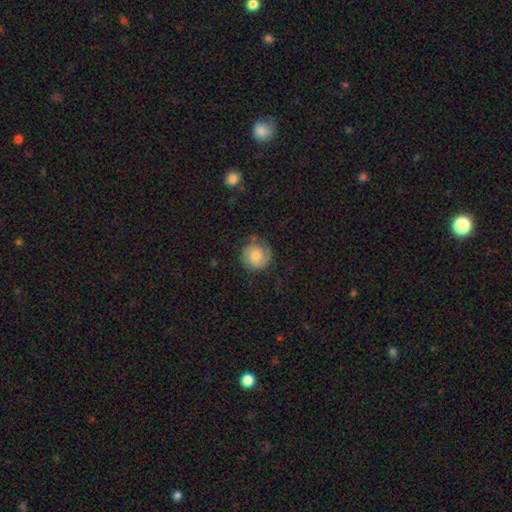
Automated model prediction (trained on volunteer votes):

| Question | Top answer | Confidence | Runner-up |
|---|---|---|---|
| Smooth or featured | featured or disk | 51% | smooth (41%) |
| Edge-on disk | no | 98% | yes (2%) |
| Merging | none | 75% | minor disturbance (16%) |